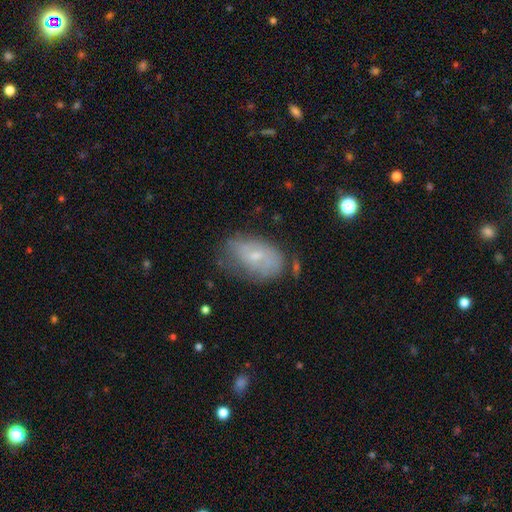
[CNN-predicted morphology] smooth 50%, featured or disk 41%, star or artifact 9%. Down the decision tree: merging — none (54%).